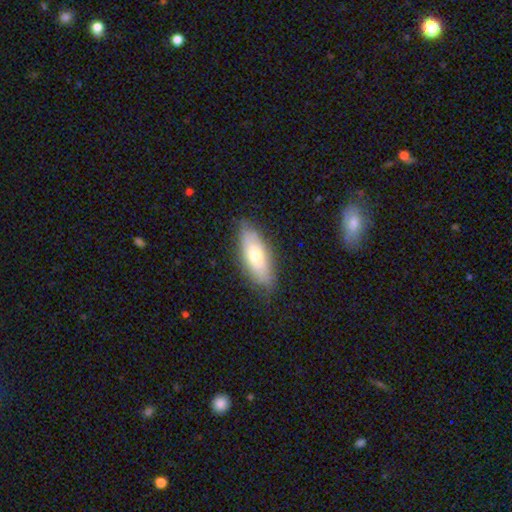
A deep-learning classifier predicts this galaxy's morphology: type=smooth (63%); roundness=in between (72%); merging=none (79%).